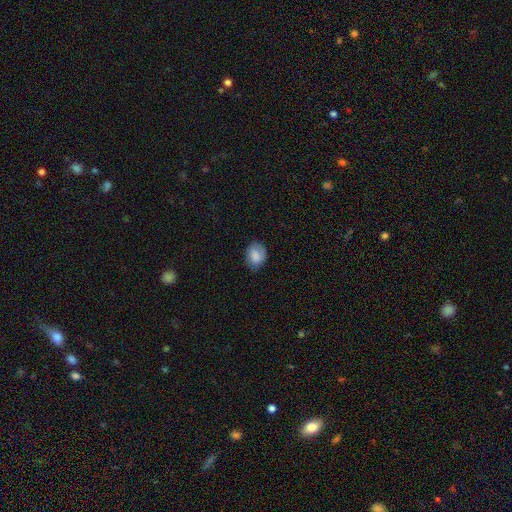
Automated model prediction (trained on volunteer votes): A smooth galaxy with no disk features (78%) that is in between round and cigar-shaped (60%). Merging: none (71%).